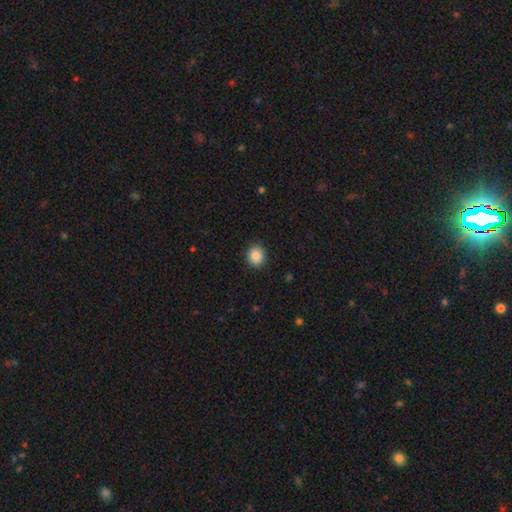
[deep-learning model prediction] Overall: smooth (87%). How rounded: round (77%). Merging: none (91%).